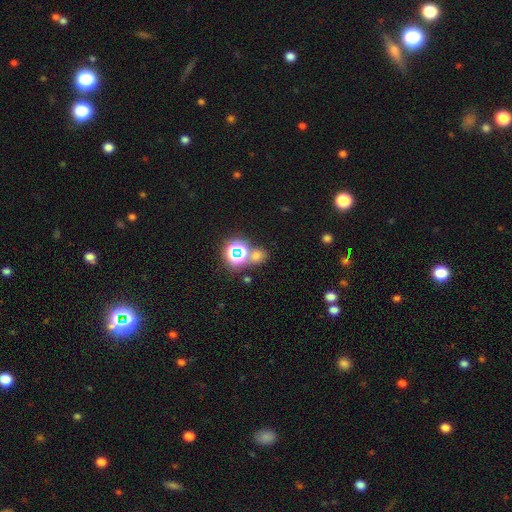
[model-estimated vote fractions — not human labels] Q: Smooth or featured?
A: smooth (50%); runner-up: star or artifact (43%)
Q: Merging?
A: none (64%); runner-up: merger (23%)